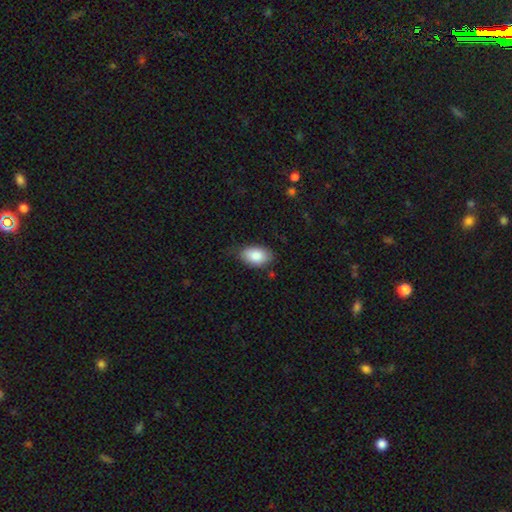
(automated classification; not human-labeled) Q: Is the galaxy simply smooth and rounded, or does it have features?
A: smooth — 85%.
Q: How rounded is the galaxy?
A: in between — 91%.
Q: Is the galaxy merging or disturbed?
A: none — 72%.